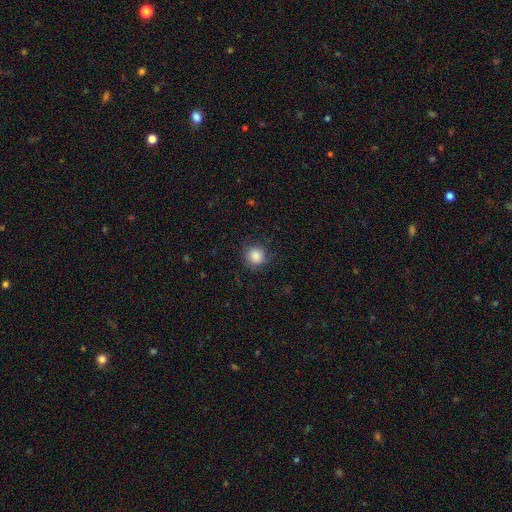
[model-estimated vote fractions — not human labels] A smooth galaxy with no disk features (86%) that is round (91%).

Vote fractions:
- Smooth or featured? smooth: 86% / star or artifact: 9% / featured or disk: 5%
- How rounded? round: 91% / in between: 8% / cigar-shaped: 1%
- Merging? none: 84% / minor disturbance: 11% / major disturbance: 4% / merger: 1%